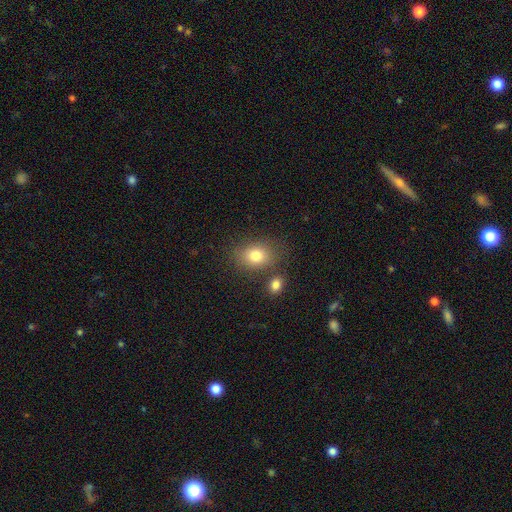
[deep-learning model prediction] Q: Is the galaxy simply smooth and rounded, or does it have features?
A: smooth — 79%.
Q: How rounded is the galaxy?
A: in between — 58%.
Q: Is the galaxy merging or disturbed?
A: none — 71%.